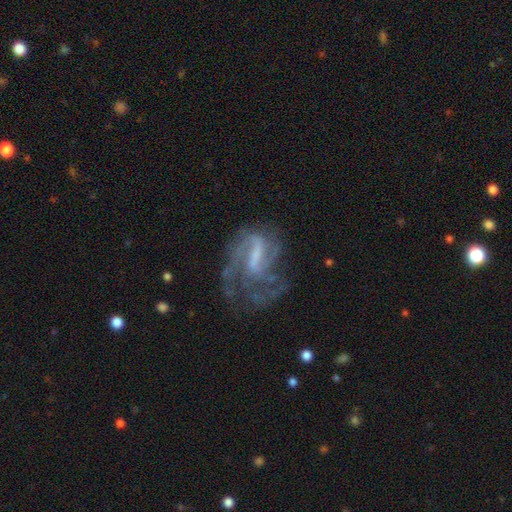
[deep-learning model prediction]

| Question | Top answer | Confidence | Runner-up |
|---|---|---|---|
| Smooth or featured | featured or disk | 81% | smooth (11%) |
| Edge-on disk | no | 96% | yes (4%) |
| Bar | weak | 44% | strong (37%) |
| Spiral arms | yes | 86% | no (14%) |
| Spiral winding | medium | 44% | tight (29%) |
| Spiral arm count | can't tell | 31% | 2 (30%) |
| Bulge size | none | 39% | small (29%) |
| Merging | none | 43% | major disturbance (32%) |